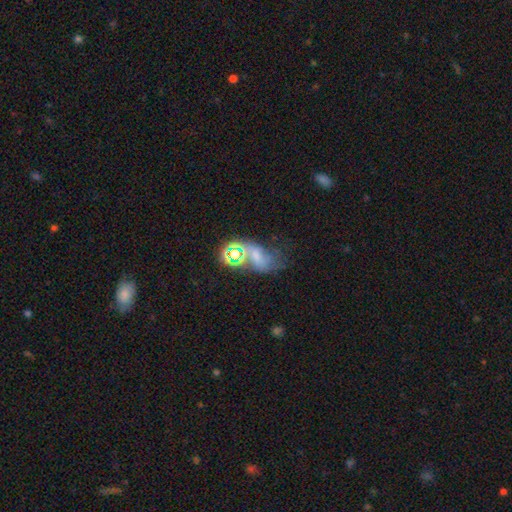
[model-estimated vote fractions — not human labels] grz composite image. It shows a smooth galaxy with no disk features (39%). Merging: none (30%).